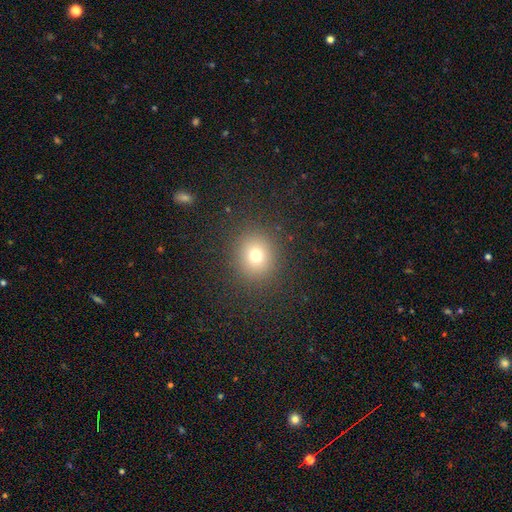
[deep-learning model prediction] Smooth or featured?
  - smooth: 73% *
  - star or artifact: 18%
  - featured or disk: 9%
How rounded?
  - round: 85% *
  - in between: 14%
  - cigar-shaped: 1%
Merging?
  - none: 88% *
  - minor disturbance: 7%
  - major disturbance: 4%
  - merger: 1%